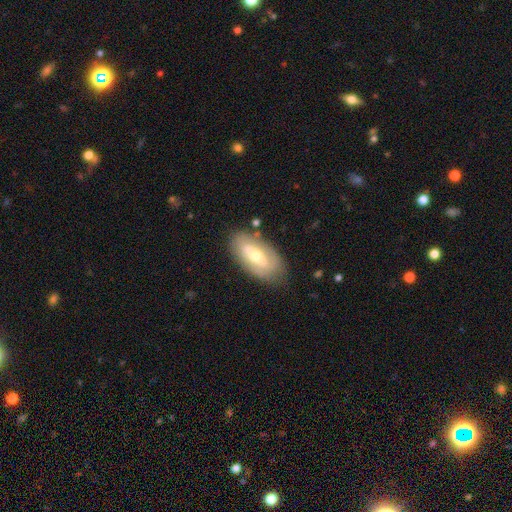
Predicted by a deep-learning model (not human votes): smooth-or-featured: featured or disk: 52% | smooth: 42% | star or artifact: 6%
  disk-edge-on: no: 84% | yes: 16%
  merging: none: 79% | minor disturbance: 14% | major disturbance: 4% | merger: 2%